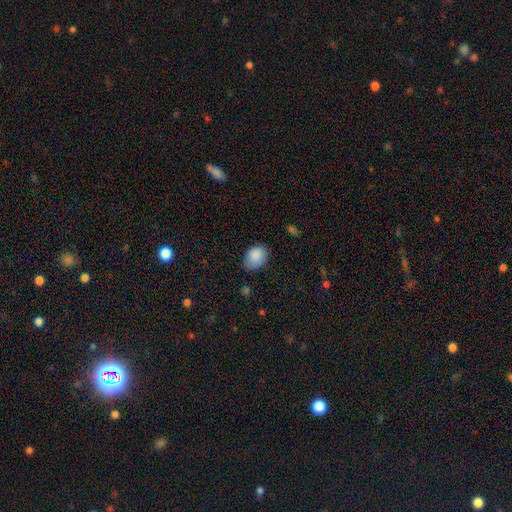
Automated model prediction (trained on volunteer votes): Smooth or featured? Predicted: smooth (p=0.88). How rounded? Predicted: in between (p=0.70). Merging? Predicted: none (p=0.67).